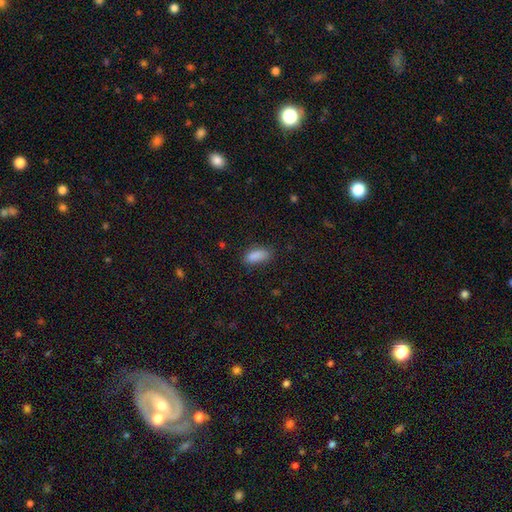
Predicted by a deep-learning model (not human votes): This is clearly a smooth galaxy (88%). How rounded: clearly in between (84%). Merging: likely none (76%).